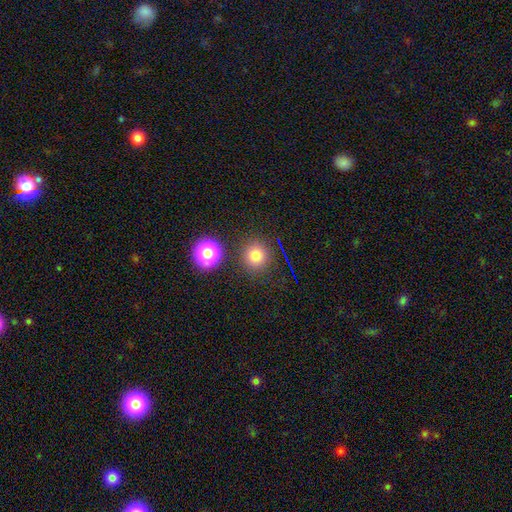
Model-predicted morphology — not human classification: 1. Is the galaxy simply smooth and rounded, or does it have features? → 74% smooth, 19% star or artifact, 7% featured or disk.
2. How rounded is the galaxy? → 93% round, 6% in between, 1% cigar-shaped.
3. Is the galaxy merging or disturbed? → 84% none, 7% minor disturbance, 5% merger, 3% major disturbance.